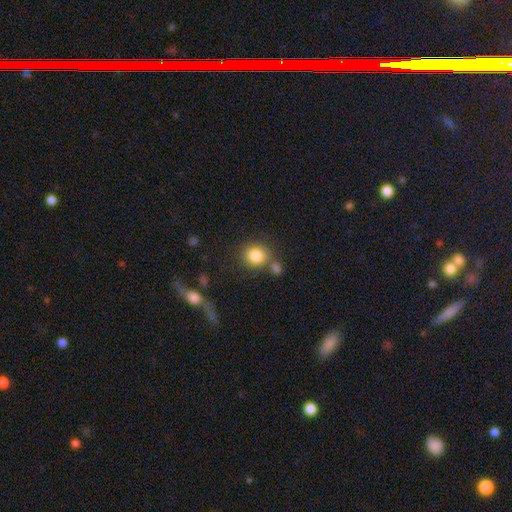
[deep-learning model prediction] Morphology: type=smooth (84%); roundness=round (76%); merging=none (68%).